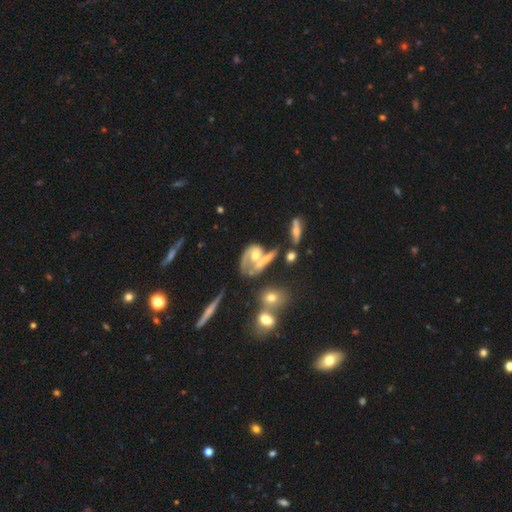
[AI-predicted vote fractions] The model was most divided on "merging": merger: 44%, major disturbance: 22%, none: 21%, minor disturbance: 14%. More confident: edge-on disk — no (94%); spiral arms — yes (73%); smooth or featured — featured or disk (70%); bar — no (68%); bulge size — moderate (61%).